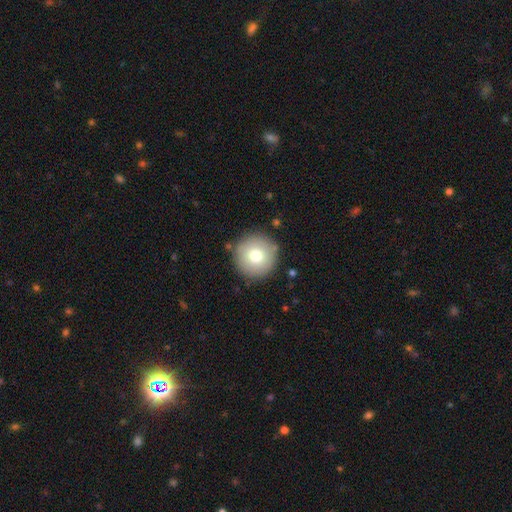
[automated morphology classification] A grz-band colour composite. It shows a smooth galaxy with no disk features (75%) that is round (97%). Merging: none (89%).